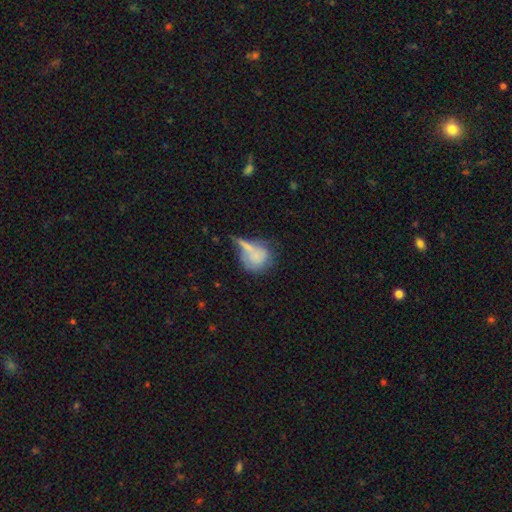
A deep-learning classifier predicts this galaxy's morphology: Q: Smooth or featured?
A: smooth (69%); runner-up: featured or disk (22%)
Q: How rounded?
A: round (75%); runner-up: in between (21%)
Q: Merging?
A: none (36%); runner-up: merger (29%)